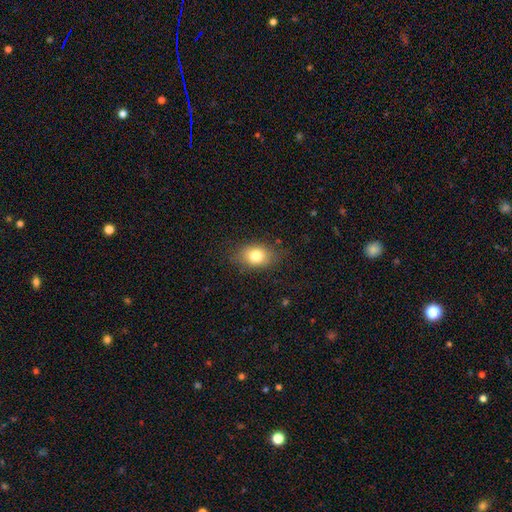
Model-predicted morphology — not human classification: Overall: smooth (79%). How rounded: in between (73%). Merging: none (79%).